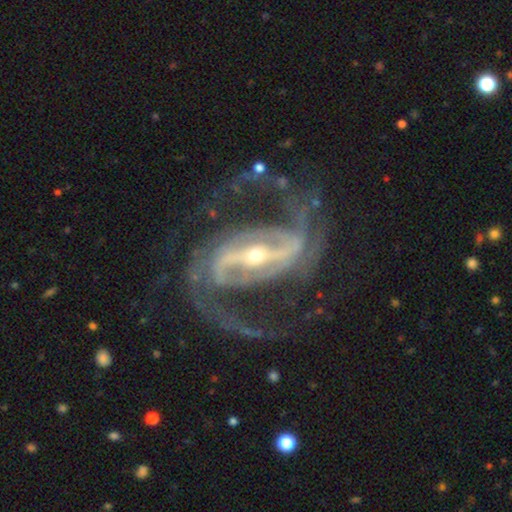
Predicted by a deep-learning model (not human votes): The model was most divided on "spiral winding": medium: 55%, loose: 30%, tight: 15%. More confident: spiral arms — yes (98%); edge-on disk — no (97%); smooth or featured — featured or disk (93%); spiral arm count — 2 (85%); bar — strong (76%); merging — none (68%); bulge size — small (64%).